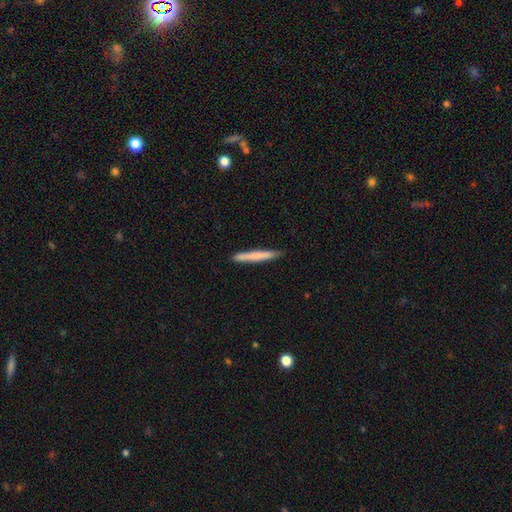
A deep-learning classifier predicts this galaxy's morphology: This appears to be a smooth galaxy with no disk features (72%) that is cigar-shaped (96%). Merging: none (89%).